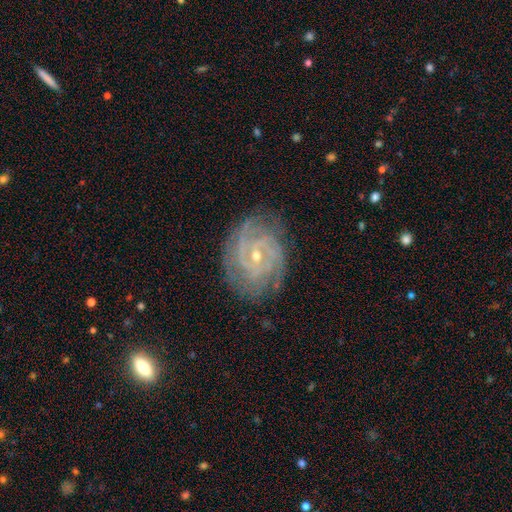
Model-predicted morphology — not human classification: type=featured or disk (88%); edge-on=no (97%); bar=no (49%); spiral arms=yes (98%); winding=tight (71%); arm count=2 (30%); bulge=small (71%); merging=none (79%).